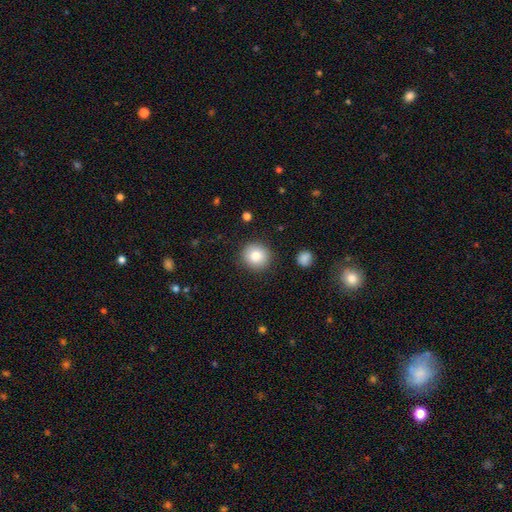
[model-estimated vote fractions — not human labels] Smooth or featured: smooth — 82% (star or artifact — 9%)
How rounded: round — 91% (in between — 8%)
Merging: none — 88% (minor disturbance — 7%)